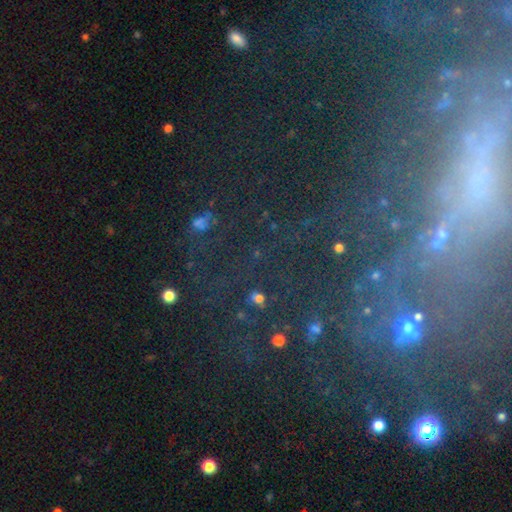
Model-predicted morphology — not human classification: This appears to be a star or artifact, not a galaxy (50%).